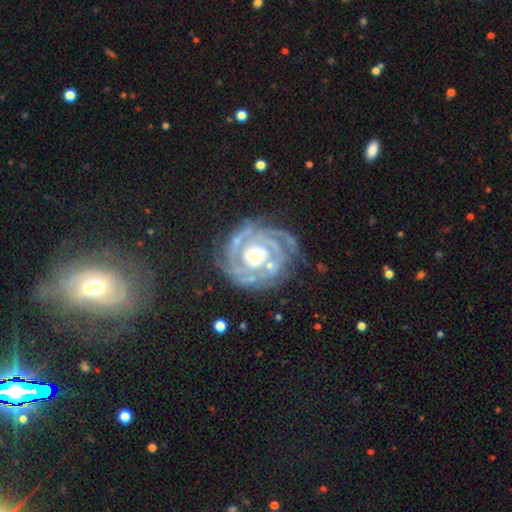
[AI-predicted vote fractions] Smooth or featured?
  - featured or disk: 86% *
  - smooth: 9%
  - star or artifact: 6%
Edge-on disk?
  - no: 97% *
  - yes: 3%
Bar?
  - no: 81% *
  - weak: 13%
  - strong: 6%
Spiral arms?
  - yes: 90% *
  - no: 10%
Spiral winding?
  - tight: 76% *
  - medium: 19%
  - loose: 5%
Spiral arm count?
  - can't tell: 31% *
  - 2: 26%
  - 3: 19%
  - 4: 10%
  - more than 4: 7%
  - 1: 7%
Bulge size?
  - small: 49% *
  - moderate: 35%
  - large: 11%
  - none: 2%
  - dominant: 2%
Merging?
  - none: 69% *
  - minor disturbance: 17%
  - major disturbance: 10%
  - merger: 4%